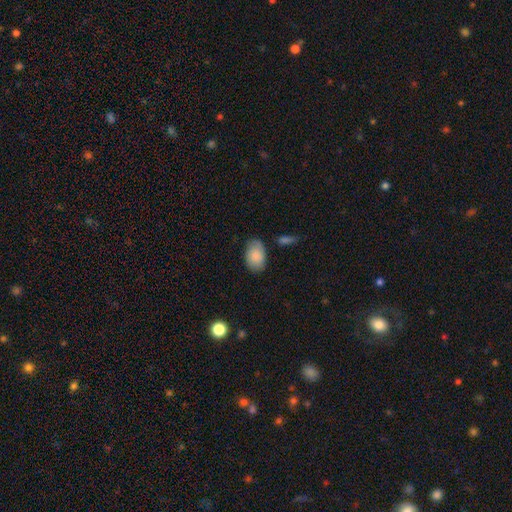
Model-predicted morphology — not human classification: A smooth galaxy with no disk features (86%) that is in between round and cigar-shaped (88%). Merging: none (73%).